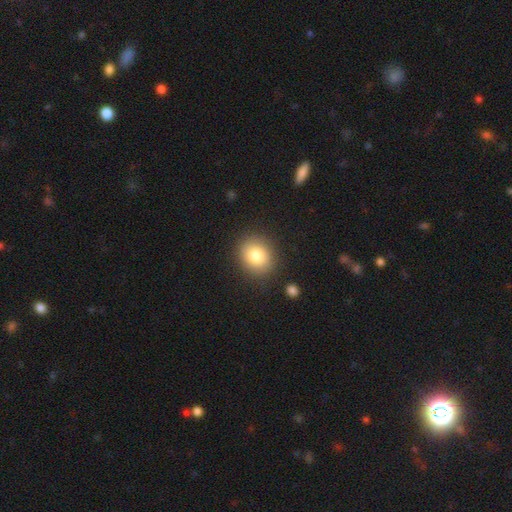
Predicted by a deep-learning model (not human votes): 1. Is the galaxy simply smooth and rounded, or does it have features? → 81% smooth, 10% star or artifact, 10% featured or disk.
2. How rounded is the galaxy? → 66% round, 33% in between, 1% cigar-shaped.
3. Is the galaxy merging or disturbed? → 86% none, 9% minor disturbance, 3% major disturbance, 2% merger.